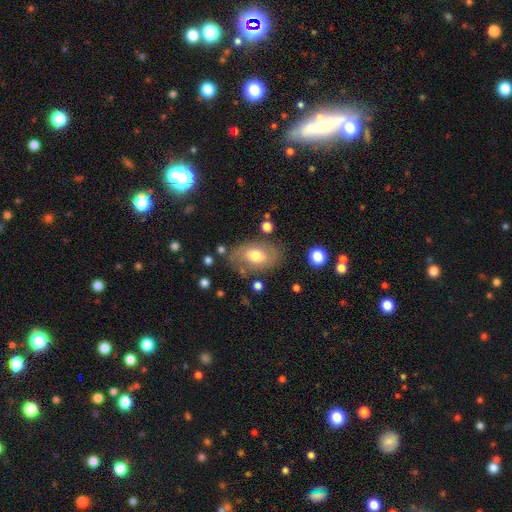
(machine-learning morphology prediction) Overall: smooth (60%; featured or disk 32%). How rounded: in between (84%). Merging: none (71%).